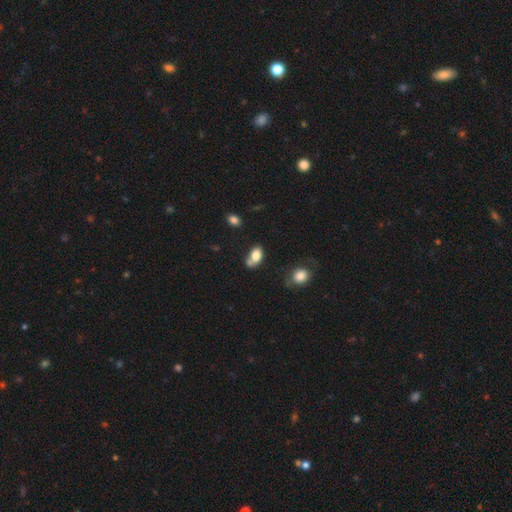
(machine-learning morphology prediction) Smooth or featured: smooth — 79% (featured or disk — 12%)
How rounded: in between — 86% (round — 12%)
Merging: none — 38% (merger — 30%)